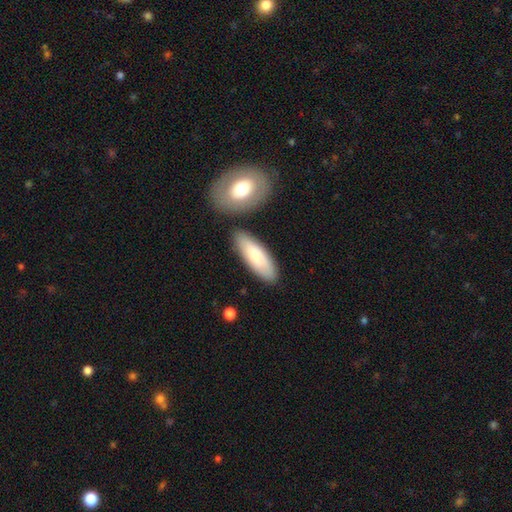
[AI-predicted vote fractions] Morphology: type=smooth (75%); roundness=in between (63%); merging=none (79%).